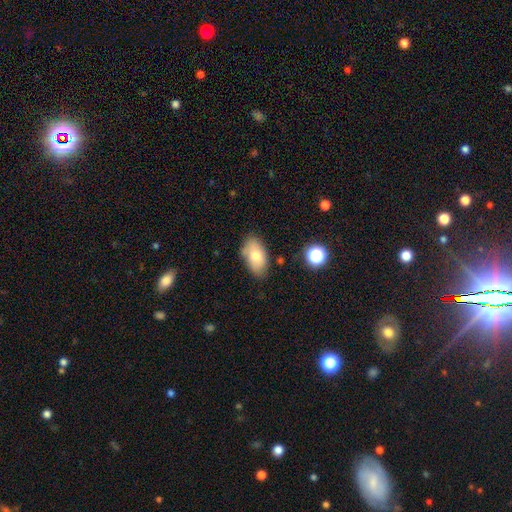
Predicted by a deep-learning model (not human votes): This appears to be a smooth galaxy with no disk features (75%) that is in between round and cigar-shaped (92%). Merging: none (73%).